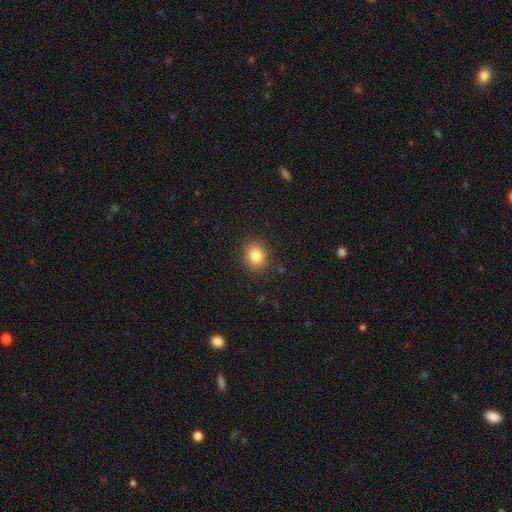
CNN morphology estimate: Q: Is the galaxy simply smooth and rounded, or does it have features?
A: smooth — 83%.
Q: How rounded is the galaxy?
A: round — 68%.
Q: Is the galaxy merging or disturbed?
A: none — 89%.